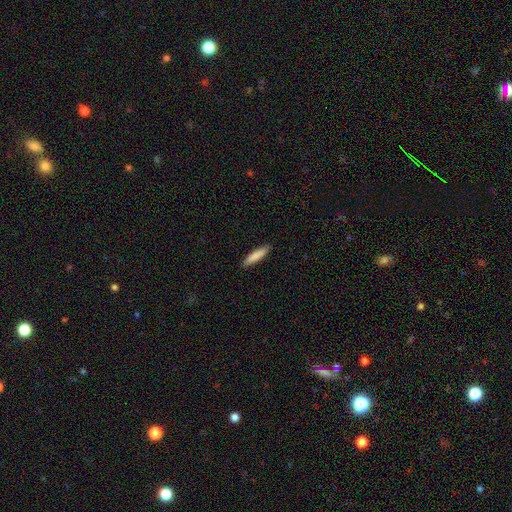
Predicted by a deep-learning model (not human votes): The model was most divided on "smooth or featured": smooth: 83%, featured or disk: 12%, star or artifact: 6%. More confident: merging — none (90%); how rounded — cigar-shaped (86%).